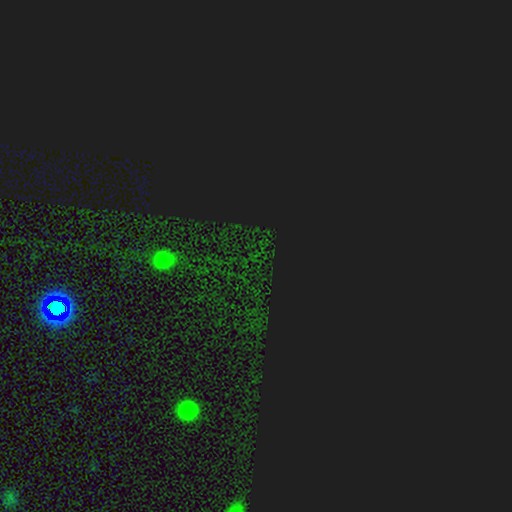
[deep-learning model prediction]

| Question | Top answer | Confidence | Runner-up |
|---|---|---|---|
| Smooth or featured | star or artifact | 82% | smooth (13%) |